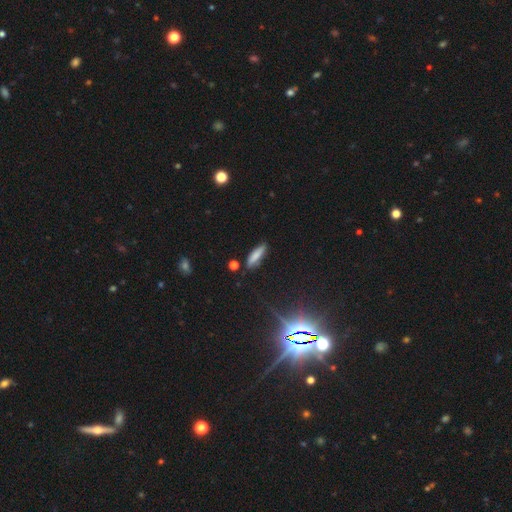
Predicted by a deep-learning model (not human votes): Morphology: type=smooth (77%); roundness=cigar-shaped (72%); merging=none (81%).